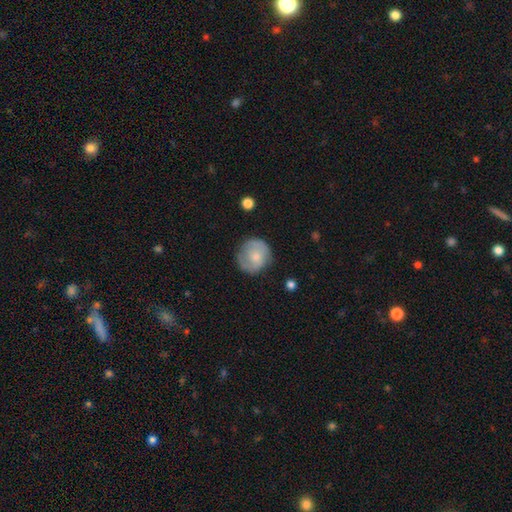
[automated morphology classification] Smooth or featured?
  - smooth: 63% *
  - featured or disk: 30%
  - star or artifact: 7%
How rounded?
  - round: 86% *
  - in between: 13%
  - cigar-shaped: 1%
Merging?
  - none: 74% *
  - minor disturbance: 19%
  - major disturbance: 6%
  - merger: 2%